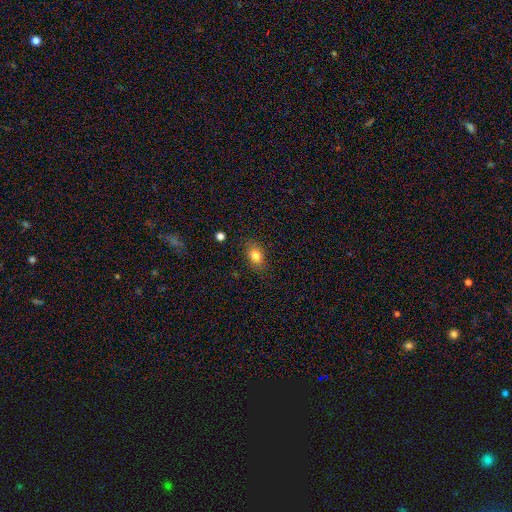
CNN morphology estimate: A smooth galaxy with no disk features (82%) that is in between round and cigar-shaped (80%). Merging: none (84%).